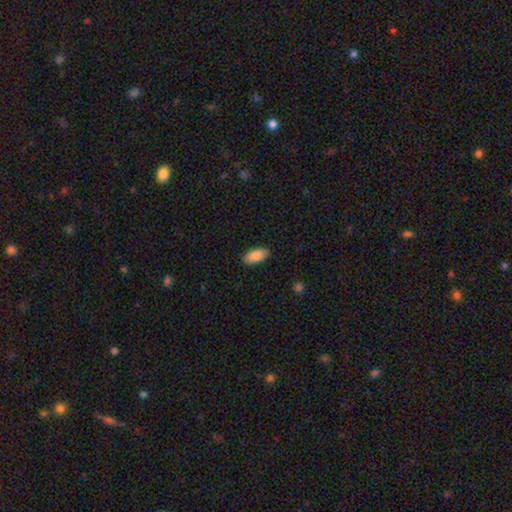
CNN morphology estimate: Q: Smooth or featured?
A: smooth (87%); runner-up: featured or disk (7%)
Q: How rounded?
A: in between (93%); runner-up: cigar-shaped (6%)
Q: Merging?
A: none (89%); runner-up: minor disturbance (8%)